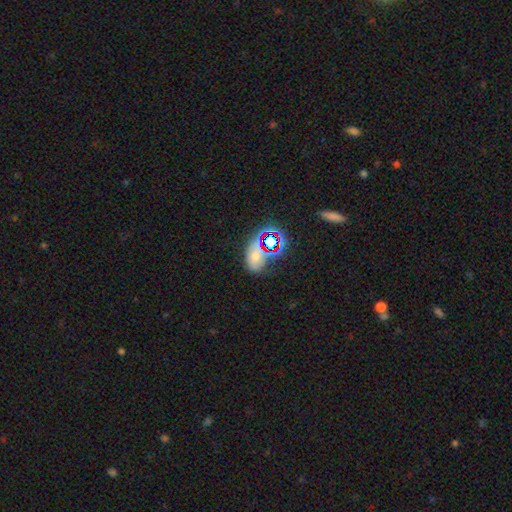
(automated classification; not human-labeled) A smooth galaxy with no disk features (53%) that is in between round and cigar-shaped (81%). Merging: none (55%).